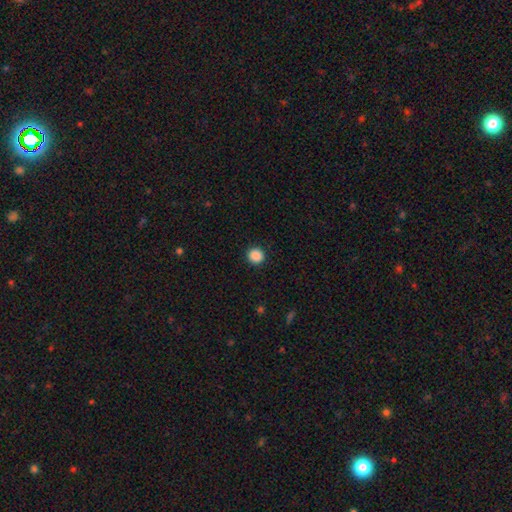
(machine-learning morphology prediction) Smooth or featured? smooth (88%)
How rounded? round (95%)
Merging? none (93%)